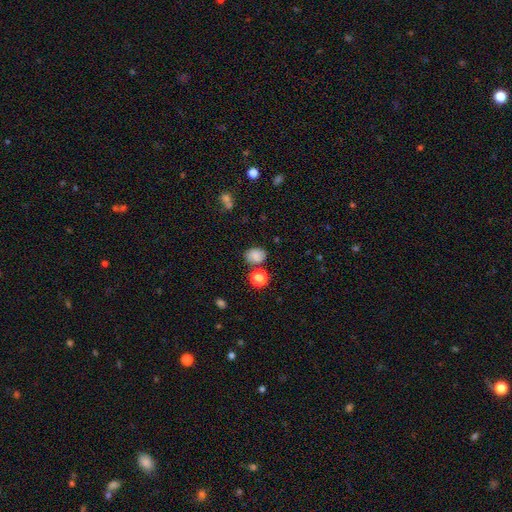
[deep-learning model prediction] Smooth or featured? Predicted: smooth (p=0.80). How rounded? Predicted: in between (p=0.56). Merging? Predicted: none (p=0.71).